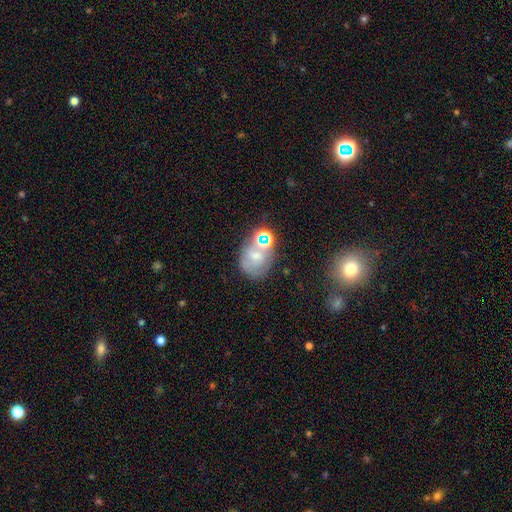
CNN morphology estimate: Q: Smooth or featured?
A: smooth (47%); runner-up: featured or disk (32%)
Q: Merging?
A: none (46%); runner-up: merger (23%)